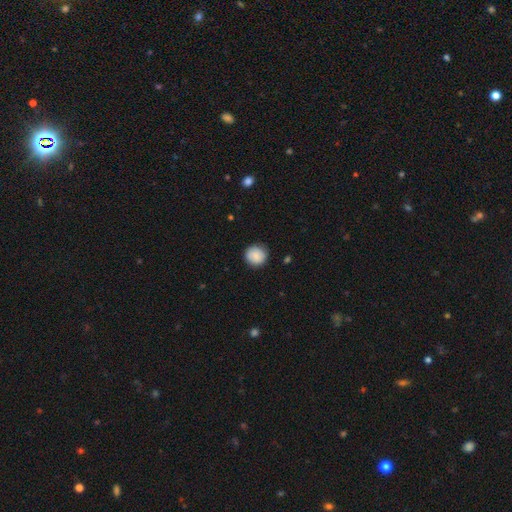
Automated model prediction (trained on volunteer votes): The model was most divided on "merging": none: 87%, minor disturbance: 10%, major disturbance: 2%, merger: 1%. More confident: how rounded — round (92%); smooth or featured — smooth (87%).